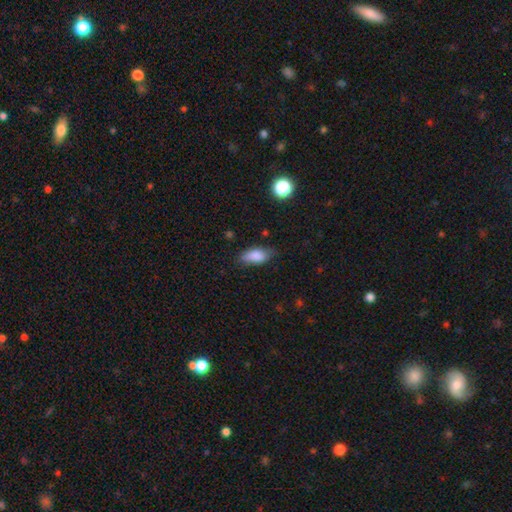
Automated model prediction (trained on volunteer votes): Smooth or featured? Predicted: smooth (p=0.83). How rounded? Predicted: in between (p=0.86). Merging? Predicted: none (p=0.66).